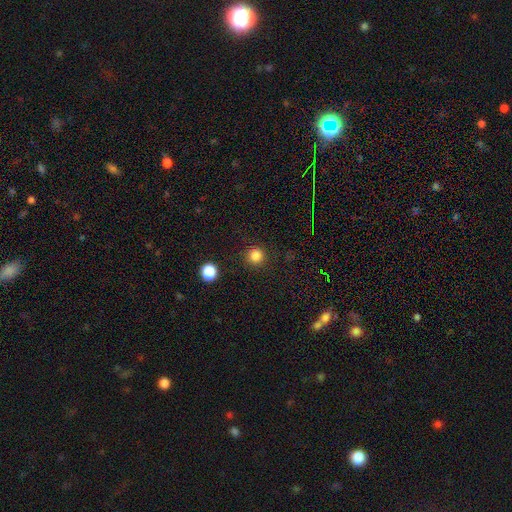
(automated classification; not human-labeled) This appears to be a smooth galaxy with no disk features (83%) that is round (95%). Merging: none (92%).